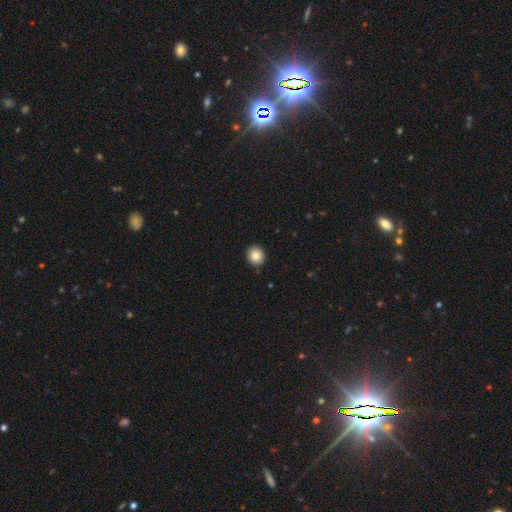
Smooth or featured? smooth (95%)
How rounded? round (86%)
Merging? none (86%)